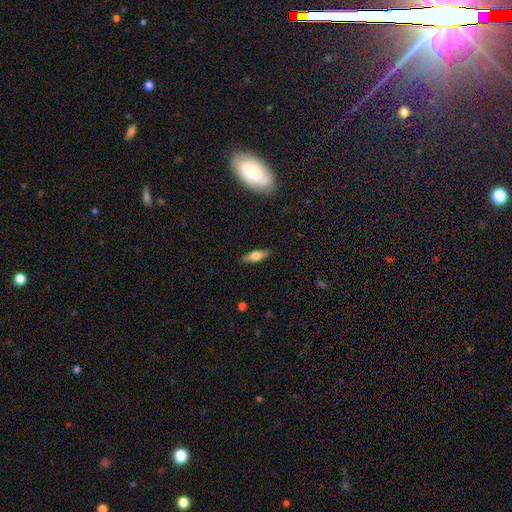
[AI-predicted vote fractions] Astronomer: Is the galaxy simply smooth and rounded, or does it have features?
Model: smooth — 57% (runner-up: featured or disk, 35%).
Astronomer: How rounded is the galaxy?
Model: cigar-shaped — 51% (runner-up: in between, 46%).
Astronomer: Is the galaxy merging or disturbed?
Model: none — 88%.